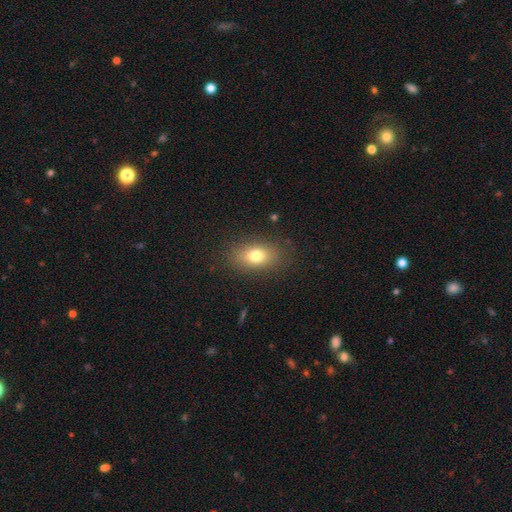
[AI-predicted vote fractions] A smooth galaxy with no disk features (76%) that is in between round and cigar-shaped (82%).

Vote fractions:
- Smooth or featured? smooth: 76% / featured or disk: 13% / star or artifact: 11%
- How rounded? in between: 82% / round: 15% / cigar-shaped: 3%
- Merging? none: 85% / minor disturbance: 10% / major disturbance: 4% / merger: 1%